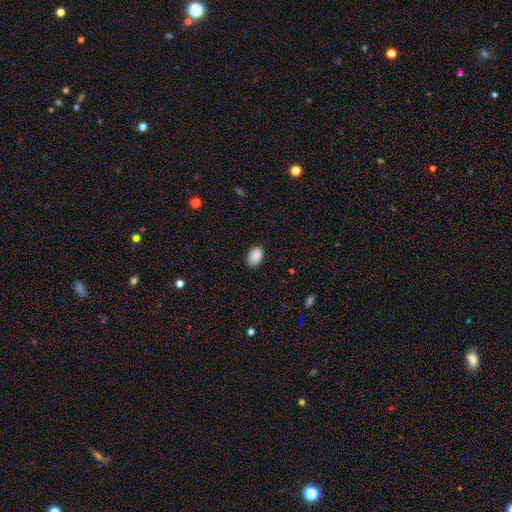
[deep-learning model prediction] This appears to be a smooth galaxy with no disk features (90%) that is in between round and cigar-shaped (88%). Merging: none (87%).